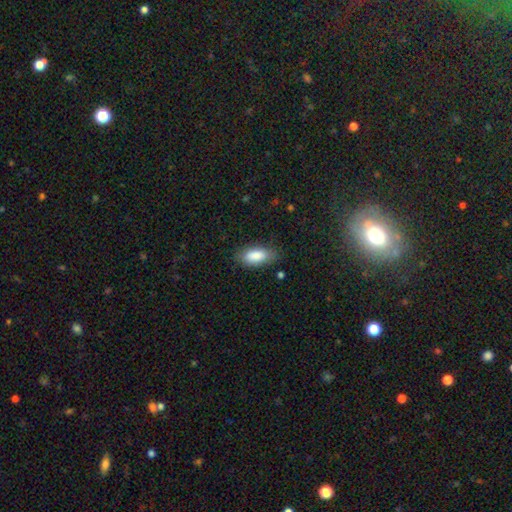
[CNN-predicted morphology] Q: Smooth or featured?
A: smooth (87%); runner-up: featured or disk (7%)
Q: How rounded?
A: in between (86%); runner-up: cigar-shaped (11%)
Q: Merging?
A: none (80%); runner-up: minor disturbance (15%)